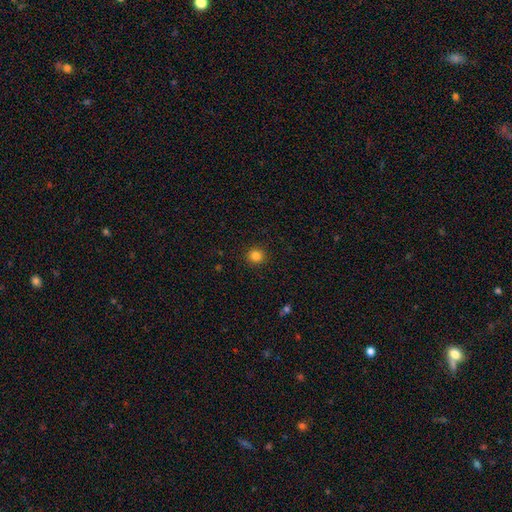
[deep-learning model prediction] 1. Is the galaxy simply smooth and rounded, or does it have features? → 83% smooth, 12% star or artifact, 4% featured or disk.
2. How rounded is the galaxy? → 93% round, 6% in between, 1% cigar-shaped.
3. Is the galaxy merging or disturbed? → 92% none, 5% minor disturbance, 2% major disturbance, 1% merger.